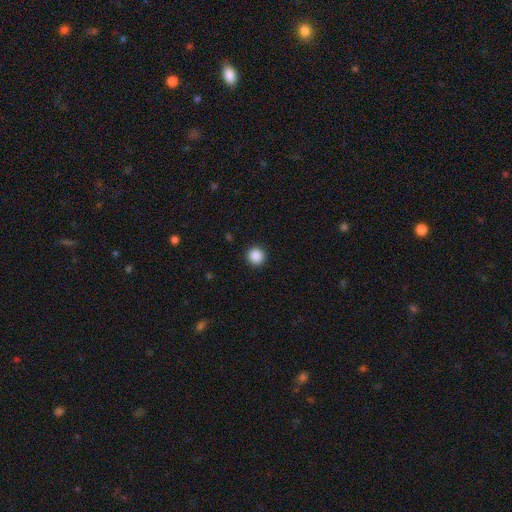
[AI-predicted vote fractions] smooth_or_featured: smooth (p=0.88) [alt: star or artifact p=0.09]
how_rounded: round (p=0.95) [alt: in between p=0.04]
merging: none (p=0.93) [alt: minor disturbance p=0.05]